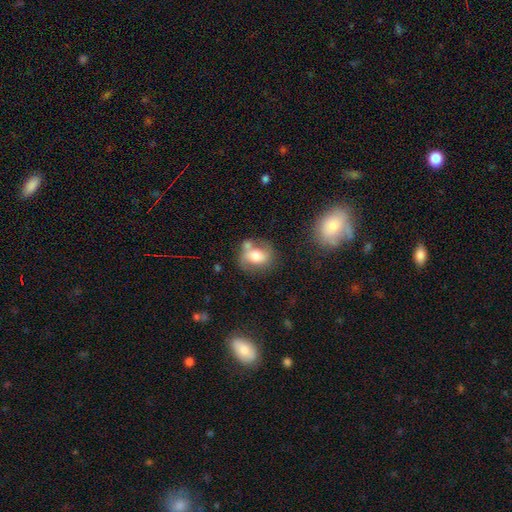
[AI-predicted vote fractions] A smooth galaxy with no disk features (56%) that is in between round and cigar-shaped (53%).

Vote fractions:
- Smooth or featured? smooth: 56% / featured or disk: 35% / star or artifact: 9%
- How rounded? in between: 53% / round: 45% / cigar-shaped: 2%
- Merging? none: 46% / merger: 23% / minor disturbance: 21% / major disturbance: 10%